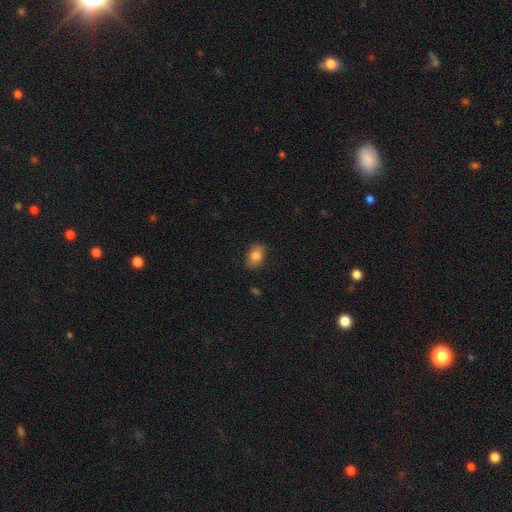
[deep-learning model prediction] A smooth galaxy with no disk features (81%) that is in between round and cigar-shaped (79%).

Vote fractions:
- Smooth or featured? smooth: 81% / featured or disk: 11% / star or artifact: 9%
- How rounded? in between: 79% / round: 19% / cigar-shaped: 2%
- Merging? none: 83% / minor disturbance: 13% / major disturbance: 3% / merger: 1%